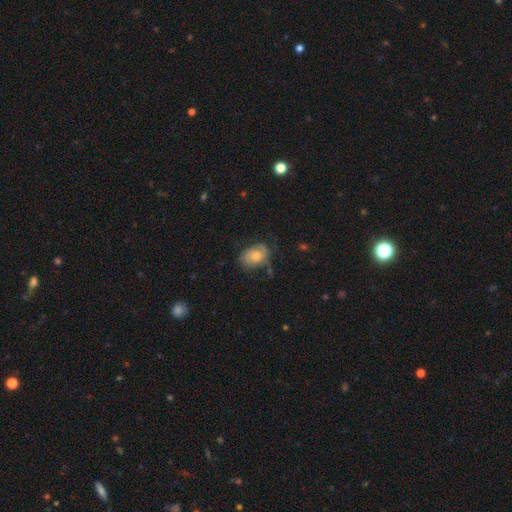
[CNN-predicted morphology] Smooth or featured?
  - smooth: 56% *
  - featured or disk: 36%
  - star or artifact: 8%
How rounded?
  - in between: 74% *
  - round: 24%
  - cigar-shaped: 1%
Merging?
  - none: 54% *
  - minor disturbance: 30%
  - major disturbance: 14%
  - merger: 3%